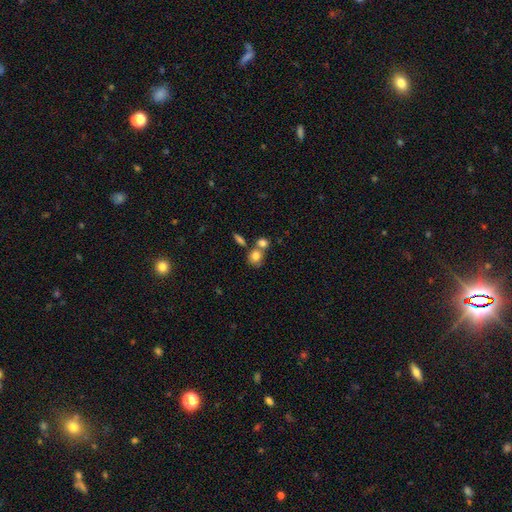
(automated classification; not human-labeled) A smooth galaxy with no disk features (79%) that is round (71%).

Vote fractions:
- Smooth or featured? smooth: 79% / featured or disk: 12% / star or artifact: 9%
- How rounded? round: 71% / in between: 28% / cigar-shaped: 2%
- Merging? none: 45% / merger: 41% / minor disturbance: 10% / major disturbance: 4%